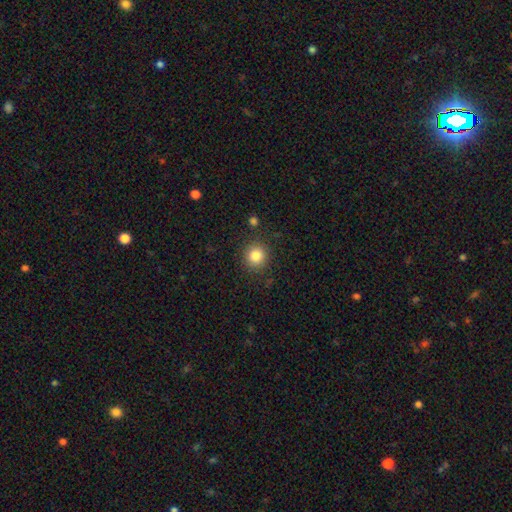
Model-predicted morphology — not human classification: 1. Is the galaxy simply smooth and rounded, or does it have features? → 83% smooth, 11% star or artifact, 6% featured or disk.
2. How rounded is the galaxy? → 92% round, 7% in between, 1% cigar-shaped.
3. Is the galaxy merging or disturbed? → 87% none, 8% minor disturbance, 3% major disturbance, 2% merger.